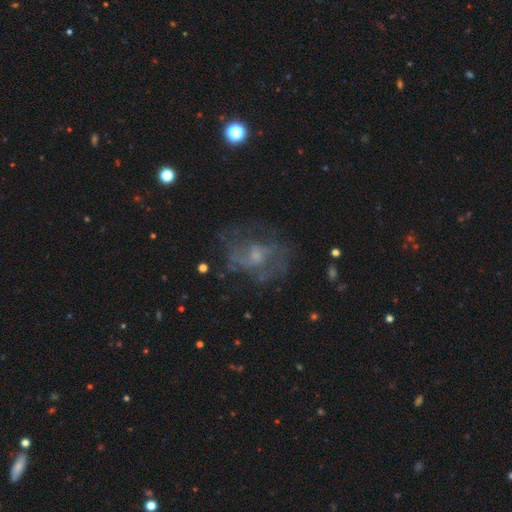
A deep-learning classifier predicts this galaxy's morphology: Smooth or featured? Predicted: featured or disk (p=0.60). Edge-on disk? Predicted: no (p=0.96). Bar? Predicted: no (p=0.60). Spiral arms? Predicted: yes (p=0.66). Bulge size? Predicted: small (p=0.50). Merging? Predicted: none (p=0.65).